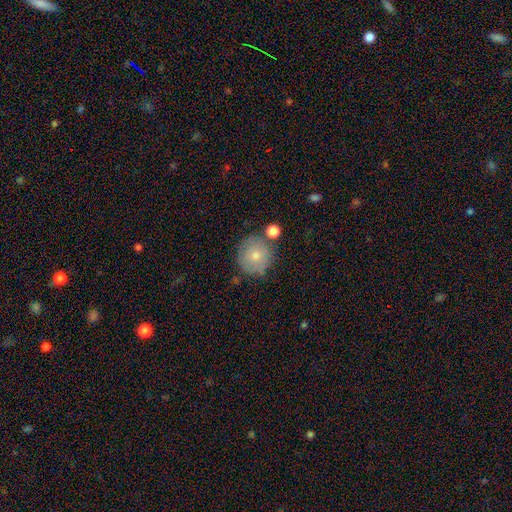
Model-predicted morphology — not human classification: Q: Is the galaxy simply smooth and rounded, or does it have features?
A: smooth — 74%.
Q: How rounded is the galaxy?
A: round — 91%.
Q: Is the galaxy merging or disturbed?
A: none — 72%.